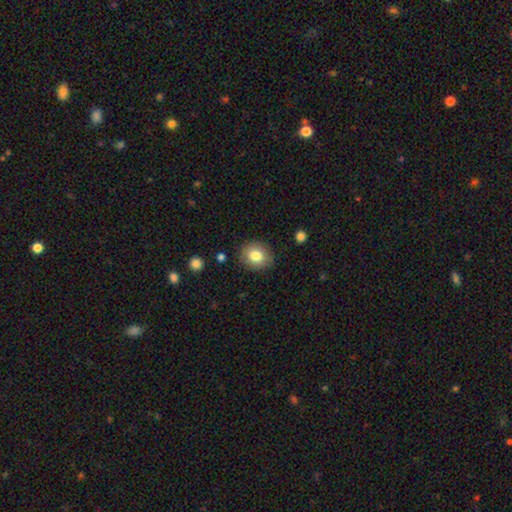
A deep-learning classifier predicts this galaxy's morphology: This is clearly a smooth galaxy (80%). How rounded: likely round (65%). Merging: clearly none (85%).